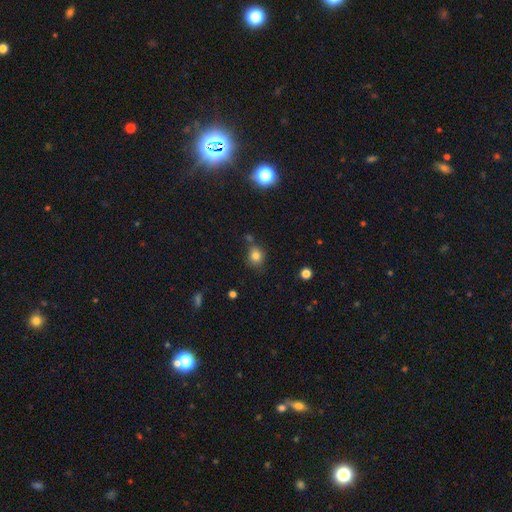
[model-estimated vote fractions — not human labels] Smooth or featured? smooth (79%)
How rounded? round (73%)
Merging? none (71%)